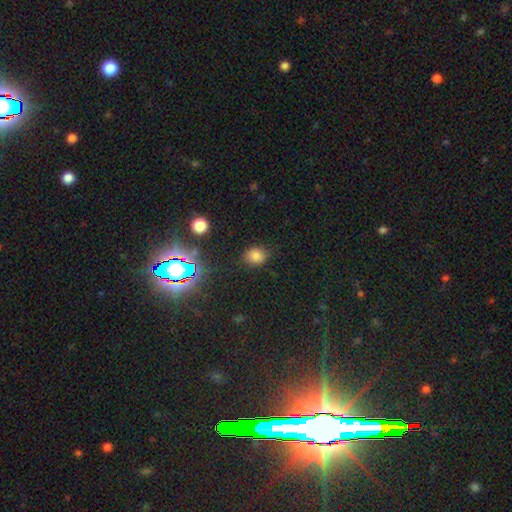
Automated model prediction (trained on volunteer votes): Smooth or featured? smooth (75%)
How rounded? round (60%)
Merging? none (82%)